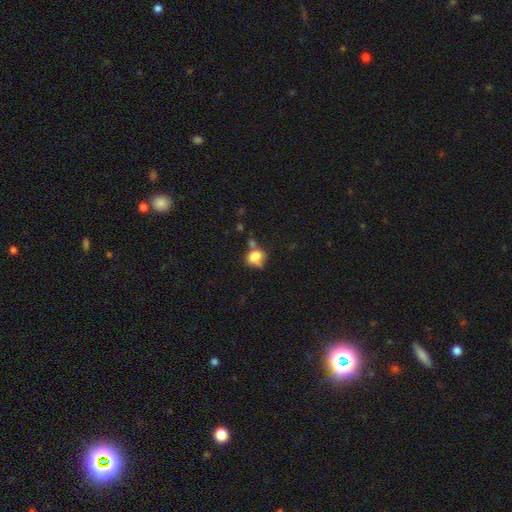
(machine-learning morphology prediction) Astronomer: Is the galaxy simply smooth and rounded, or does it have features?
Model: smooth — 72%.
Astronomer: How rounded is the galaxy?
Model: in between — 56% (runner-up: round, 43%).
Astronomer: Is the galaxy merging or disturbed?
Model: none — 33% (runner-up: merger, 30%).